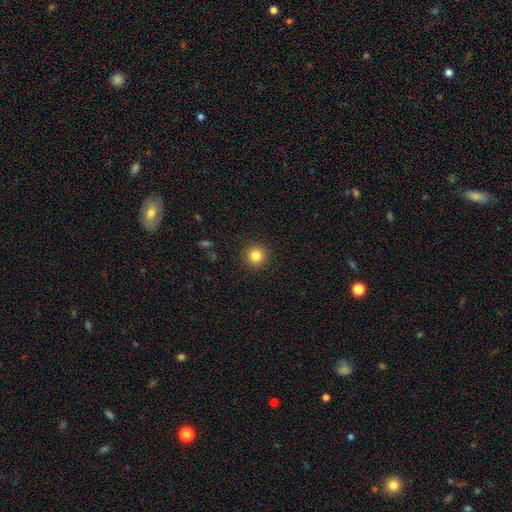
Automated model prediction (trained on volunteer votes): Smooth or featured: smooth — 83% (star or artifact — 11%)
How rounded: round — 95% (in between — 4%)
Merging: none — 92% (minor disturbance — 5%)